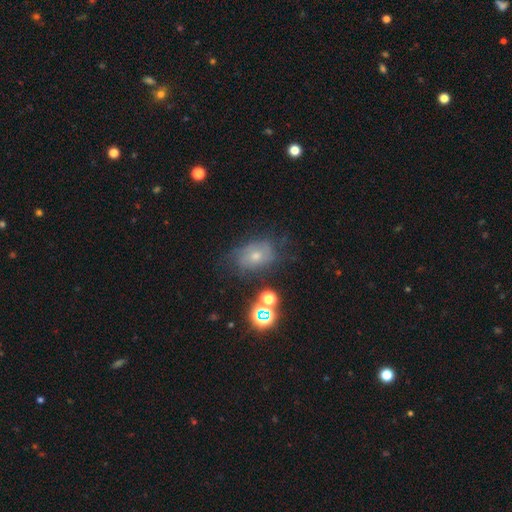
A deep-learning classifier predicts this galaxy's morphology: featured or disk 40%, smooth 39%, star or artifact 21%. Down the decision tree: merging — none (55%).